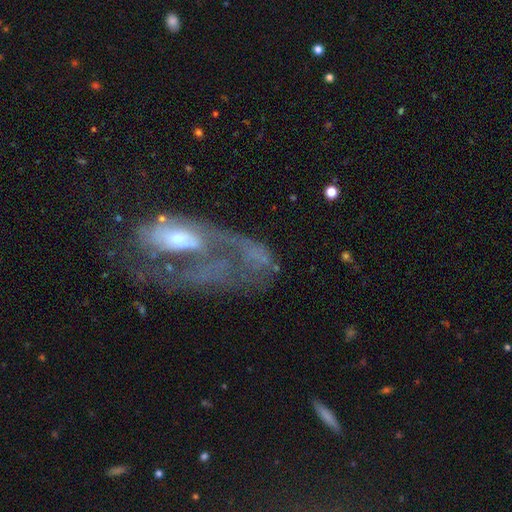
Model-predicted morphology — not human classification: type=featured or disk (67%); edge-on=no (91%); bar=no (64%); spiral arms=yes (59%); bulge=moderate (44%); merging=major disturbance (42%).